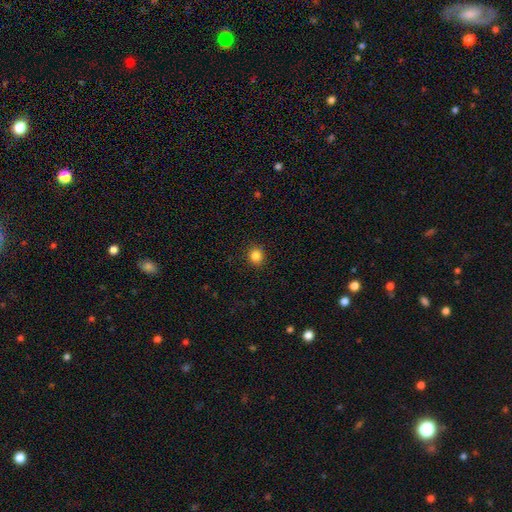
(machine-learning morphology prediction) This appears to be a smooth galaxy with no disk features (85%) that is round (82%). Merging: none (91%).